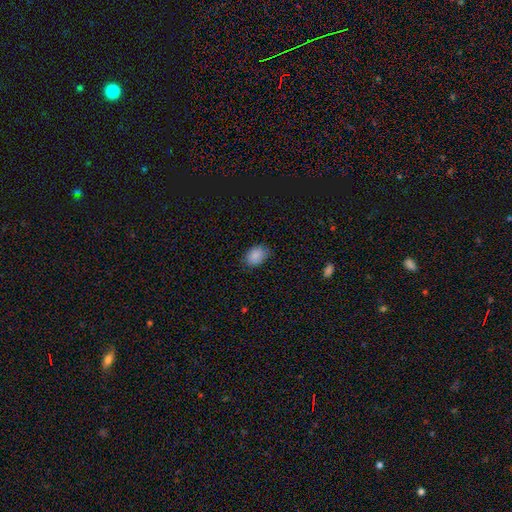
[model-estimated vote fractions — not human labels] This is clearly a smooth galaxy (88%). How rounded: likely in between (77%). Merging: likely none (79%).